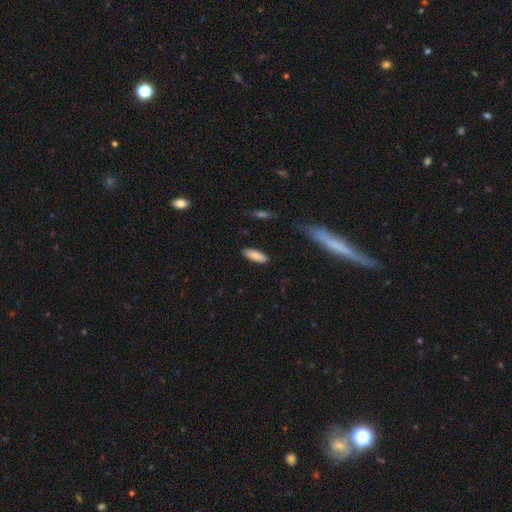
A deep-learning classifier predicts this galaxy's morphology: Smooth or featured: smooth — 87% (featured or disk — 6%)
How rounded: in between — 62% (cigar-shaped — 37%)
Merging: none — 86% (minor disturbance — 10%)